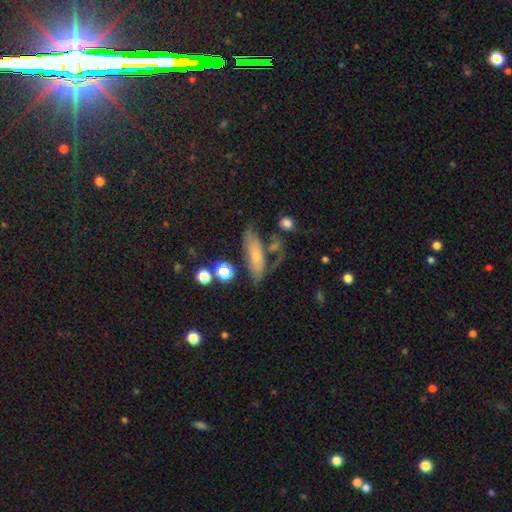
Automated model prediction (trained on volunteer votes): This appears to be a smooth galaxy with no disk features (57%) that is in between round and cigar-shaped (52%). Merging: none (50%).